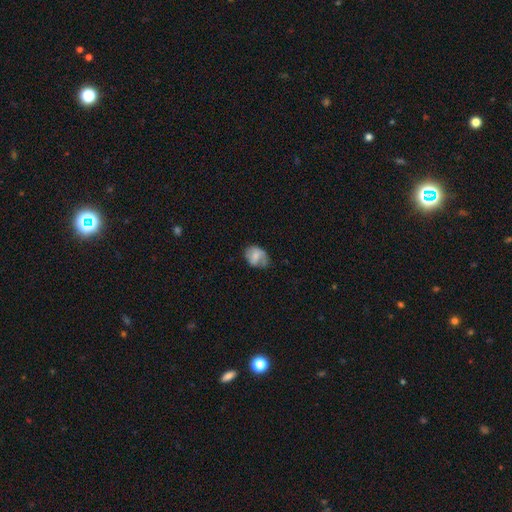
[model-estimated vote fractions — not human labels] This is likely a smooth galaxy (61%). How rounded: likely in between (62%). Merging: possibly none (46%).